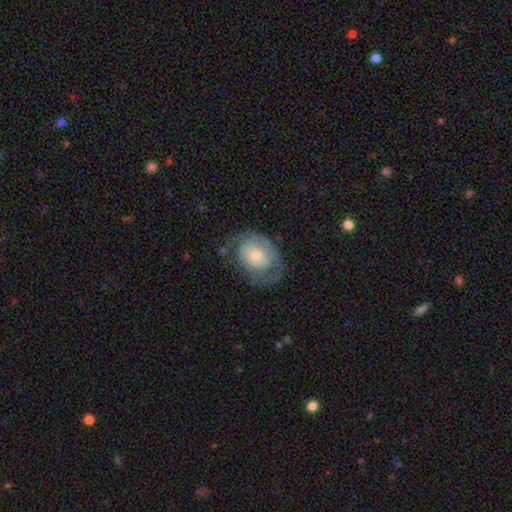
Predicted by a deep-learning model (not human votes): This appears to be a featured or disk galaxy (70%) with no bar (72%), 2 (50%) tight (54%) spiral arms (82%) and a small central bulge (52%). Merging: none (57%).